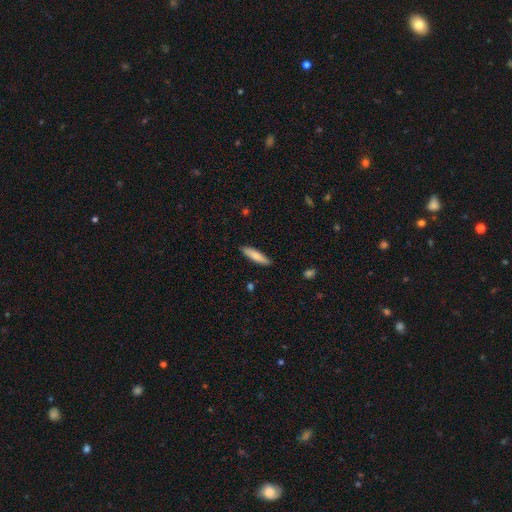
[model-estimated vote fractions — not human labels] Morphology: type=smooth (78%); roundness=cigar-shaped (78%); merging=none (89%).